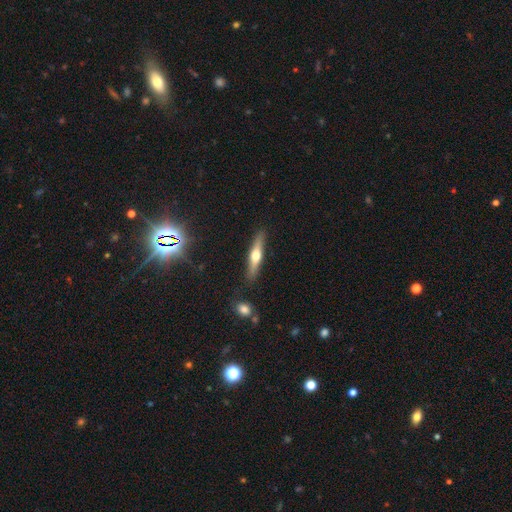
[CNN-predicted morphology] Smooth or featured?
  - featured or disk: 57% *
  - smooth: 37%
  - star or artifact: 6%
Edge-on disk?
  - yes: 95% *
  - no: 5%
Edge-on bulge?
  - rounded: 93% *
  - none: 4%
  - boxy: 3%
Merging?
  - none: 87% *
  - minor disturbance: 9%
  - major disturbance: 2%
  - merger: 2%